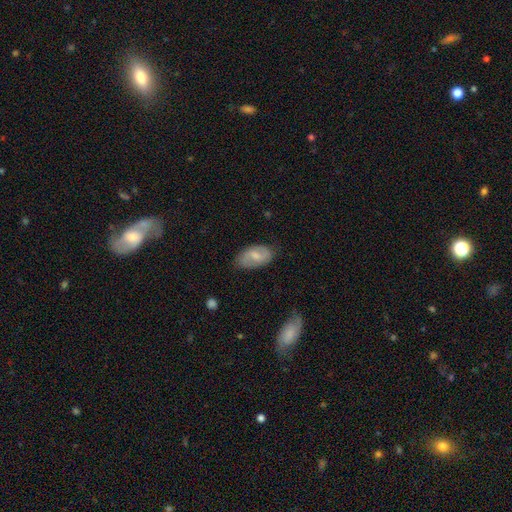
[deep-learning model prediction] Smooth or featured: smooth — 48% (featured or disk — 46%)
Merging: none — 76% (minor disturbance — 19%)